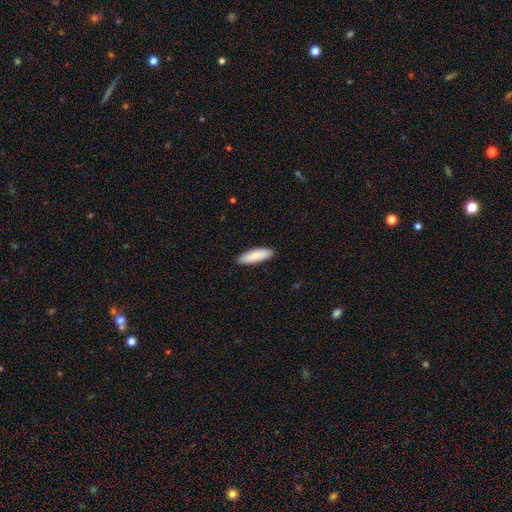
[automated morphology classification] This appears to be a smooth galaxy with no disk features (89%) that is in between round and cigar-shaped (52%). Merging: none (90%).